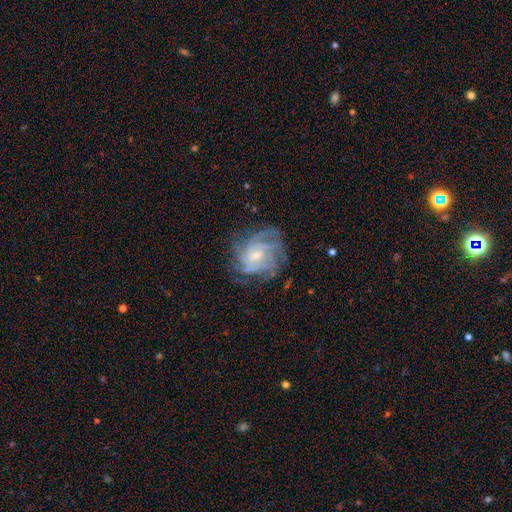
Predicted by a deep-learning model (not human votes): Smooth or featured? Predicted: featured or disk (p=0.80). Edge-on disk? Predicted: no (p=0.97). Bar? Predicted: no (p=0.59). Spiral arms? Predicted: yes (p=0.93). Spiral winding? Predicted: tight (p=0.57). Spiral arm count? Predicted: can't tell (p=0.37). Bulge size? Predicted: small (p=0.53). Merging? Predicted: none (p=0.67).